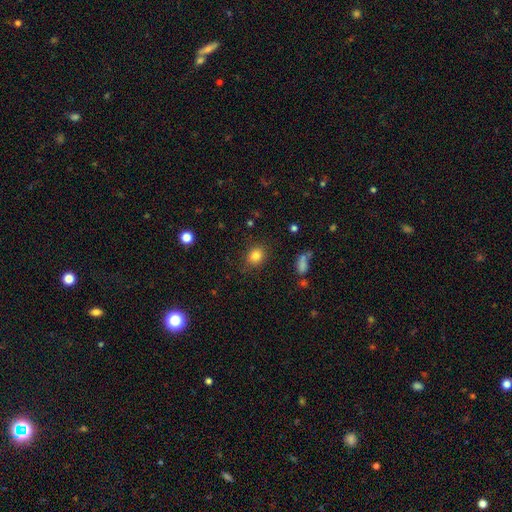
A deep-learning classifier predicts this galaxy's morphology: smooth_or_featured: smooth (p=0.83) [alt: star or artifact p=0.11]
how_rounded: round (p=0.61) [alt: in between p=0.37]
merging: none (p=0.84) [alt: minor disturbance p=0.11]